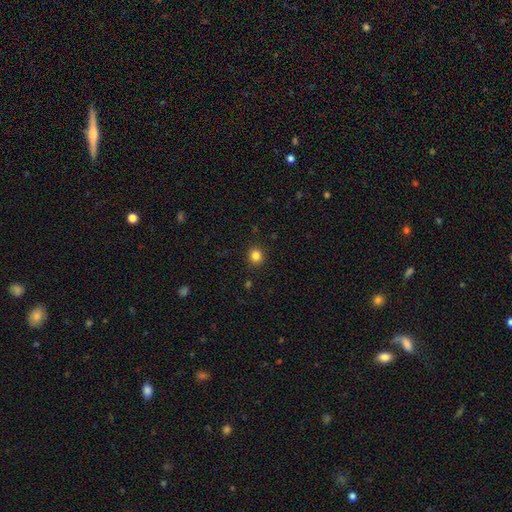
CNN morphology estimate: A smooth galaxy with no disk features (84%) that is round (83%).

Vote fractions:
- Smooth or featured? smooth: 84% / star or artifact: 12% / featured or disk: 4%
- How rounded? round: 83% / in between: 17% / cigar-shaped: 1%
- Merging? none: 90% / minor disturbance: 7% / major disturbance: 2% / merger: 1%